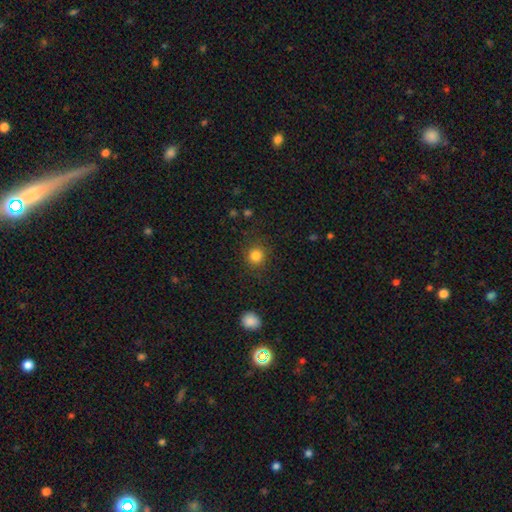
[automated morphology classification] A smooth galaxy with no disk features (83%) that is round (91%). Merging: none (88%).